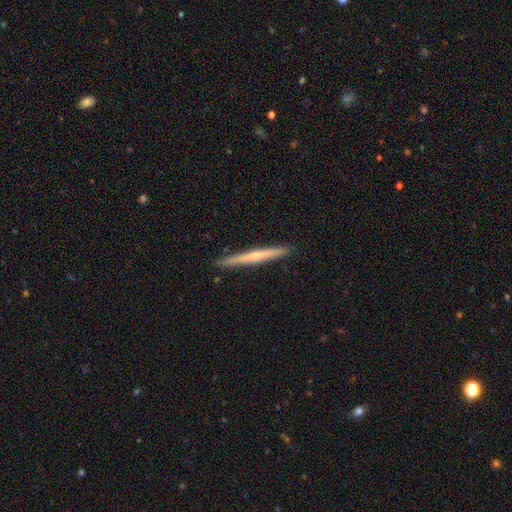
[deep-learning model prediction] A featured or disk galaxy (56%) viewed edge-on (98%) with a rounded central bulge (48%). Merging: none (91%).